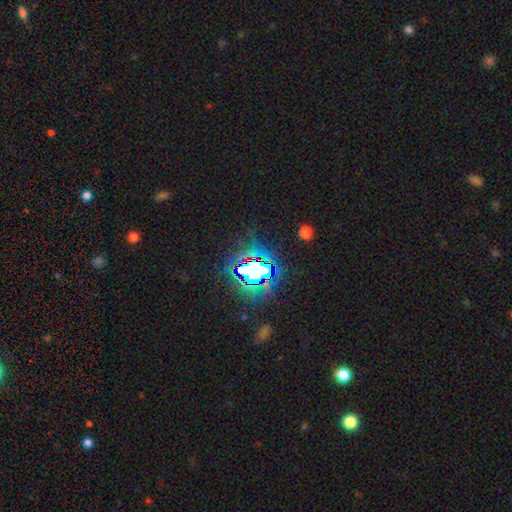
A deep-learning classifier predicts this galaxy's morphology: Smooth or featured: star or artifact — 77% (smooth — 13%)